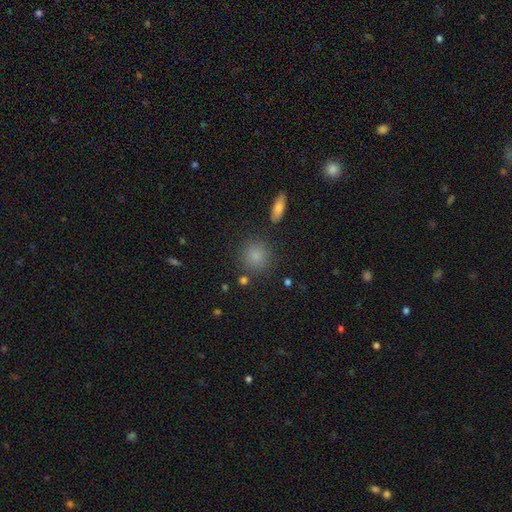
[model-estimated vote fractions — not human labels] This is clearly a smooth galaxy (82%). How rounded: clearly round (87%). Merging: clearly none (83%).